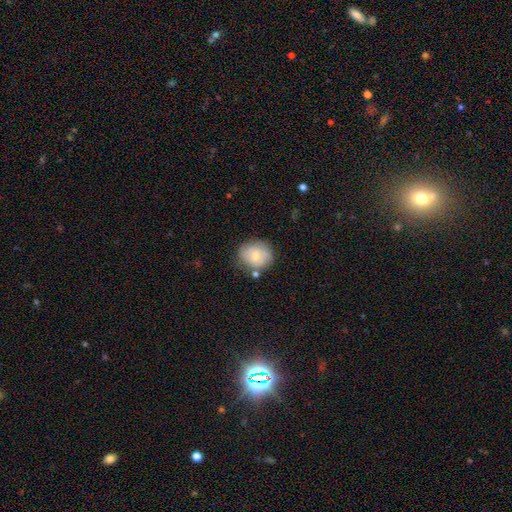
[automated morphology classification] This appears to be a smooth galaxy with no disk features (68%) that is round (68%). Merging: none (66%).